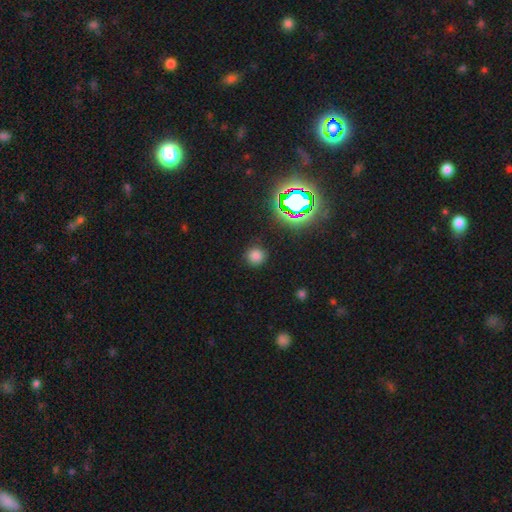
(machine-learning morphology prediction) Smooth or featured? smooth (73%)
How rounded? round (93%)
Merging? none (88%)